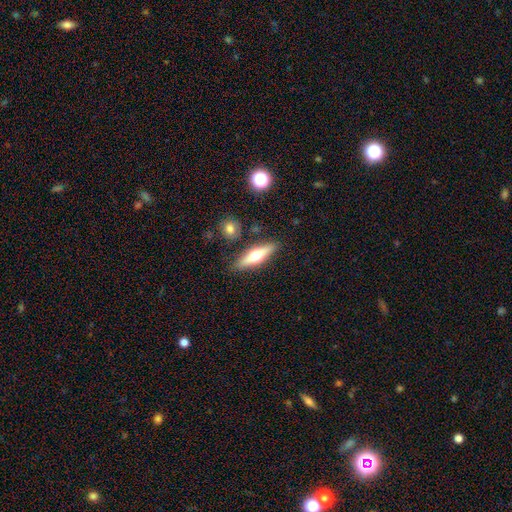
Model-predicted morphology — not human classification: A featured or disk galaxy (49%).

Vote fractions:
- Smooth or featured? featured or disk: 49% / smooth: 44% / star or artifact: 6%
- Merging? none: 84% / minor disturbance: 10% / merger: 4% / major disturbance: 2%